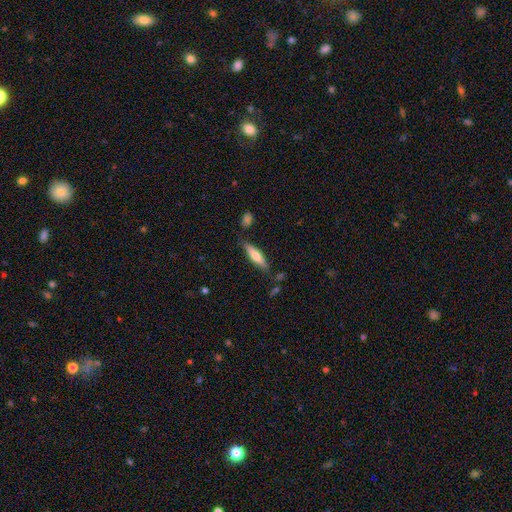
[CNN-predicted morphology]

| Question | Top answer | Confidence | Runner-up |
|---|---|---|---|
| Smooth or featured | smooth | 53% | featured or disk (41%) |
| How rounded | cigar-shaped | 72% | in between (26%) |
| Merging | none | 79% | minor disturbance (14%) |